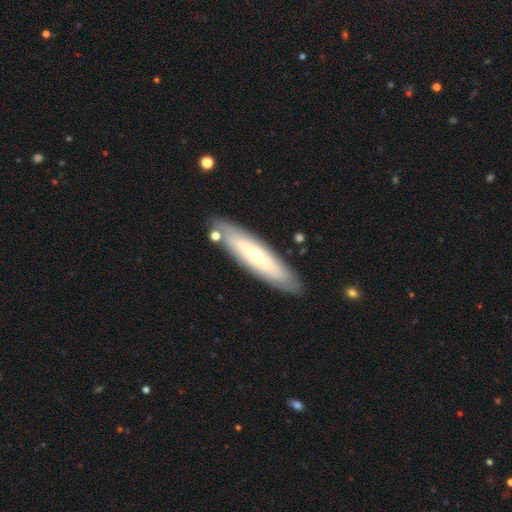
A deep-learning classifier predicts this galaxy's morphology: Smooth or featured? Predicted: featured or disk (p=0.47, tied with smooth). Merging? Predicted: none (p=0.84).